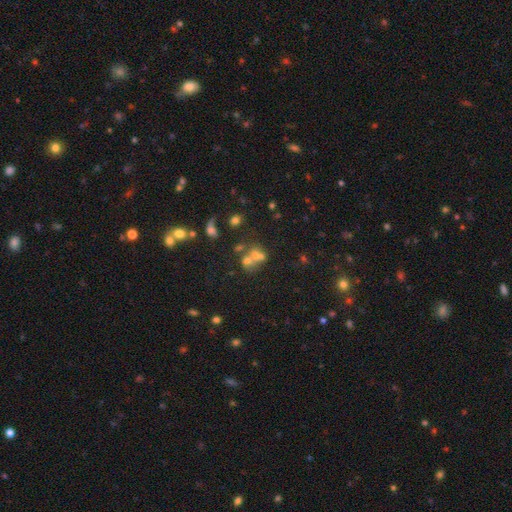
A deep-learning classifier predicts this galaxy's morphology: Q: Smooth or featured?
A: smooth (50%); runner-up: featured or disk (27%)
Q: Merging?
A: merger (53%); runner-up: none (32%)